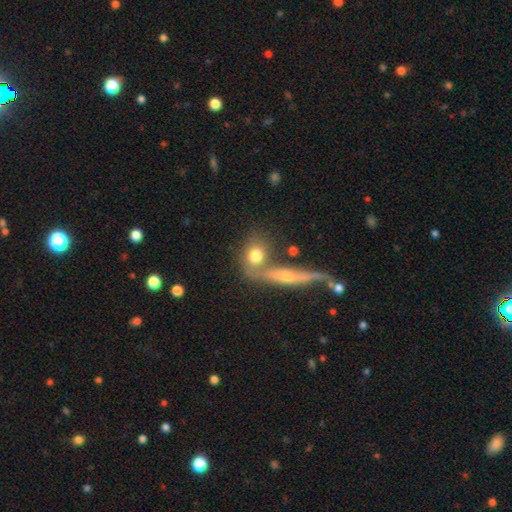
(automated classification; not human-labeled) Q: Smooth or featured?
A: smooth (71%); runner-up: featured or disk (20%)
Q: How rounded?
A: round (53%); runner-up: in between (35%)
Q: Merging?
A: none (49%); runner-up: merger (32%)